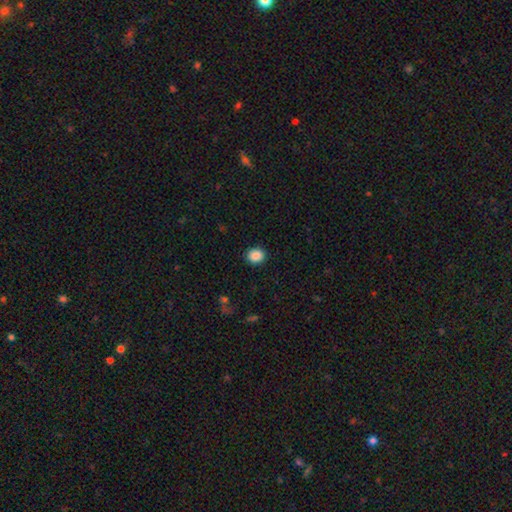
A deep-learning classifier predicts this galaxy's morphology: This is clearly a smooth galaxy (88%). How rounded: likely round (75%). Merging: clearly none (91%).